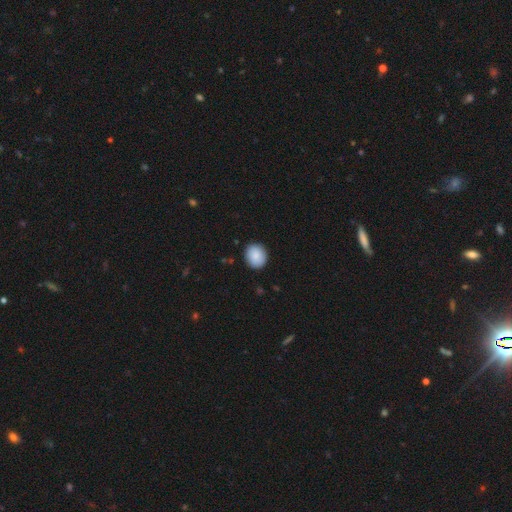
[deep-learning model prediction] This is clearly a smooth galaxy (89%). How rounded: likely round (71%). Merging: clearly none (89%).